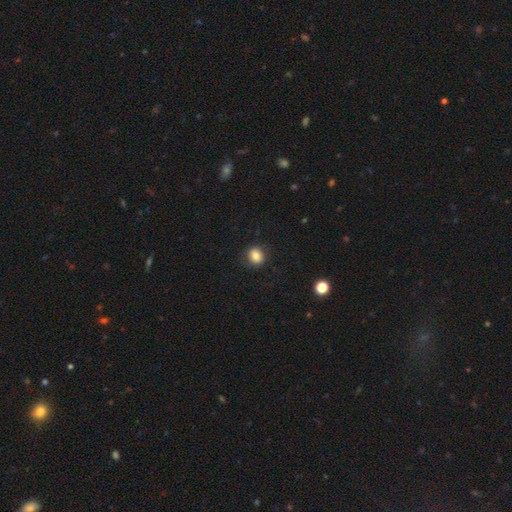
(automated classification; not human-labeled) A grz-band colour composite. It shows a smooth galaxy with no disk features (81%) that is round (75%). Merging: none (86%).